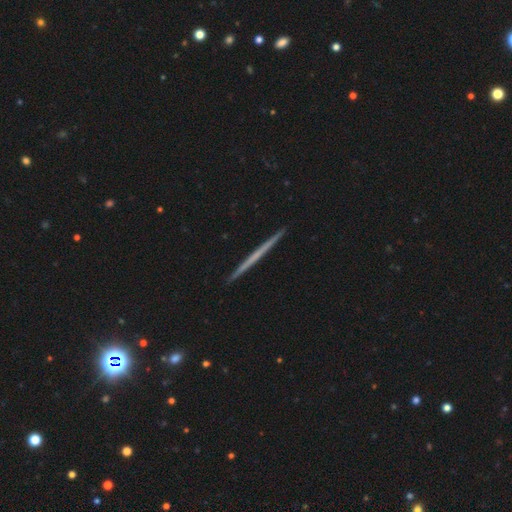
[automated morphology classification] Q: Smooth or featured?
A: featured or disk (62%); runner-up: smooth (32%)
Q: Edge-on disk?
A: yes (98%); runner-up: no (2%)
Q: Edge-on bulge?
A: none (91%); runner-up: rounded (6%)
Q: Merging?
A: none (93%); runner-up: minor disturbance (4%)